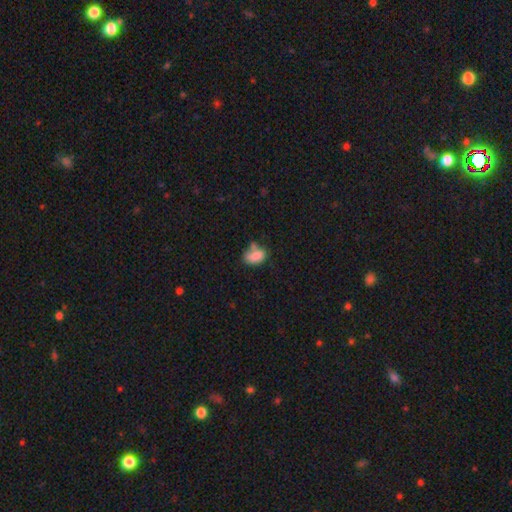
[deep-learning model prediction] smooth_or_featured: smooth (p=0.82) [alt: star or artifact p=0.09]
how_rounded: in between (p=0.88) [alt: round p=0.10]
merging: none (p=0.41) [alt: minor disturbance p=0.25]